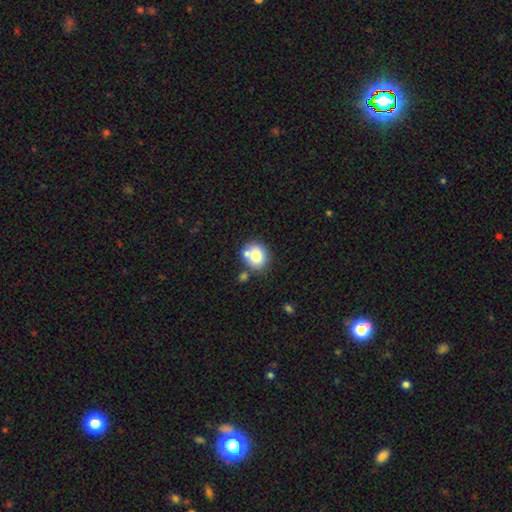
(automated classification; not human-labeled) smooth 75%, featured or disk 15%, star or artifact 10%. Down the decision tree: how rounded — round (74%); merging — none (62%).